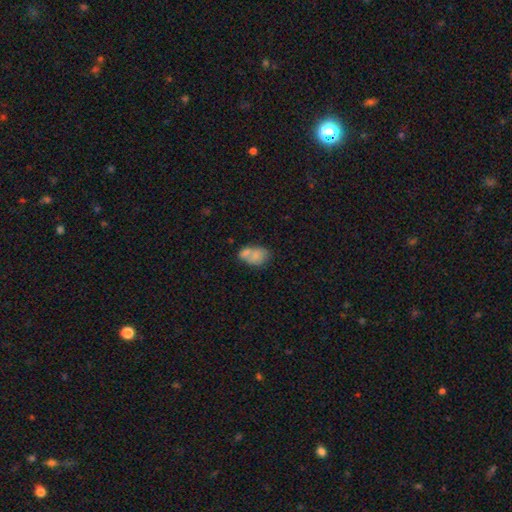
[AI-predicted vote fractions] Q: Smooth or featured?
A: smooth (70%); runner-up: featured or disk (21%)
Q: How rounded?
A: in between (80%); runner-up: round (18%)
Q: Merging?
A: merger (45%); runner-up: none (30%)